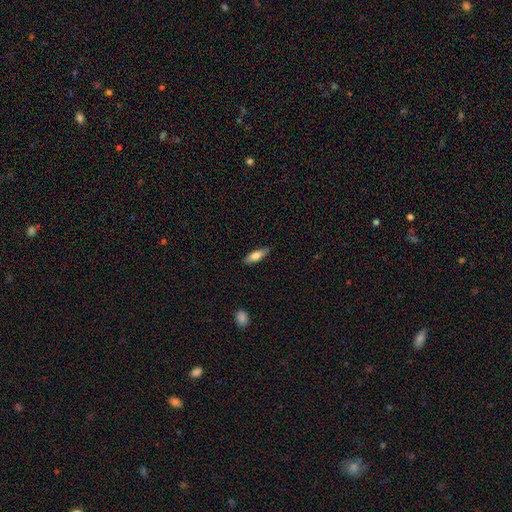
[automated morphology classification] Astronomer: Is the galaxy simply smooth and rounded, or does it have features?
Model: smooth — 72%.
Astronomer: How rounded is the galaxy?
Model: in between — 49%, tied with cigar-shaped at 49%.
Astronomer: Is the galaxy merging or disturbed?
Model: none — 83%.